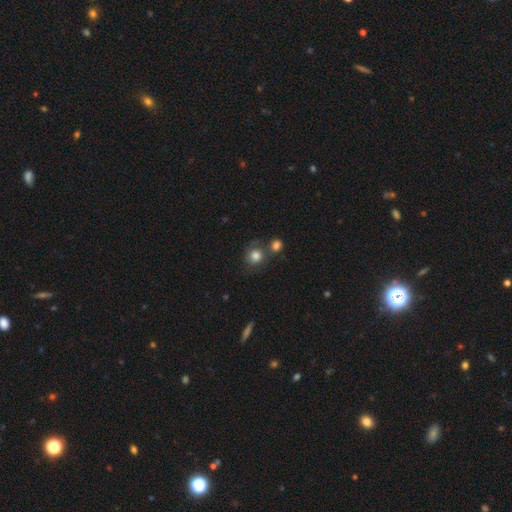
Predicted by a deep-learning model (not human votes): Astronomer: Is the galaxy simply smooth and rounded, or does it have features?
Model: smooth — 79%.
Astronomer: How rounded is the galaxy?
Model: round — 81%.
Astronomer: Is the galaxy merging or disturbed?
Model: none — 53%.